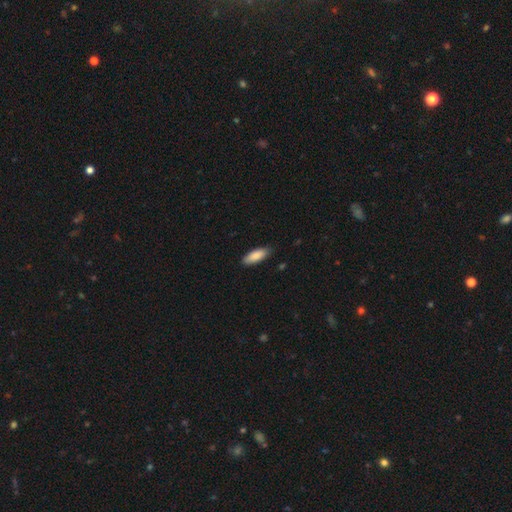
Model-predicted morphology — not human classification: This is clearly a smooth galaxy (88%). How rounded: likely in between (71%). Merging: clearly none (85%).